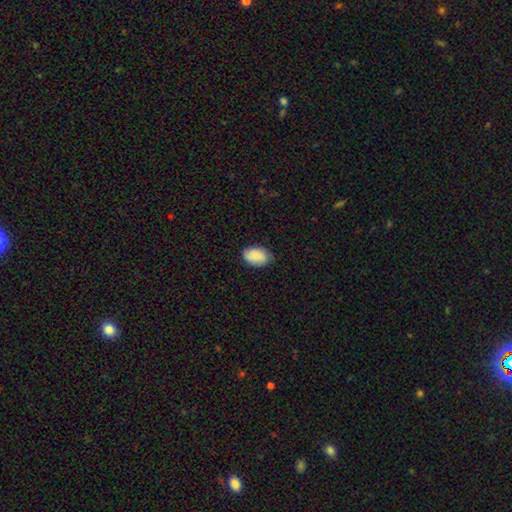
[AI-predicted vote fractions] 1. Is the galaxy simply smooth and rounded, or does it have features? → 83% smooth, 10% featured or disk, 6% star or artifact.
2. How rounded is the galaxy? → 89% in between, 9% round, 1% cigar-shaped.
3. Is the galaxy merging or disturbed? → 78% none, 18% minor disturbance, 3% major disturbance, 1% merger.